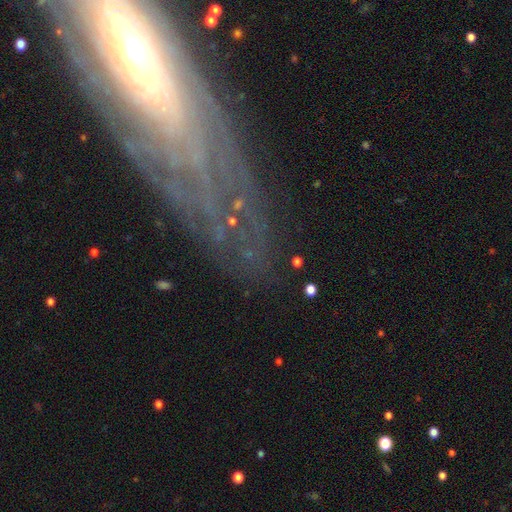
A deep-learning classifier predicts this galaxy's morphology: Smooth or featured?
  - featured or disk: 67% *
  - star or artifact: 17%
  - smooth: 16%
Edge-on disk?
  - no: 79% *
  - yes: 21%
Bar?
  - no: 59% *
  - weak: 25%
  - strong: 16%
Spiral arms?
  - yes: 74% *
  - no: 26%
Bulge size?
  - small: 43% *
  - moderate: 32%
  - none: 12%
  - large: 9%
  - dominant: 3%
Merging?
  - none: 74% *
  - minor disturbance: 14%
  - major disturbance: 8%
  - merger: 3%